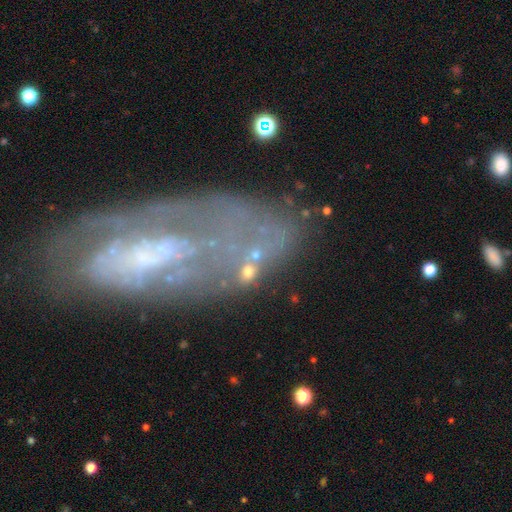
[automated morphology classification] featured or disk 66%, smooth 21%, star or artifact 12%. Down the decision tree: edge-on disk — no (90%); bar — no (76%); spiral arms — no (58%); bulge size — none (40%); merging — none (56%).